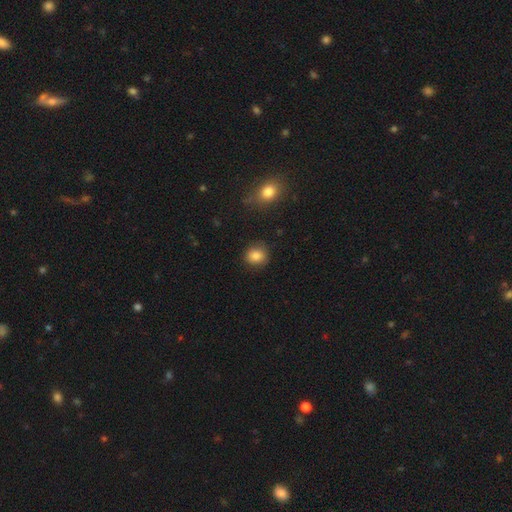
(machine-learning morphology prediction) smooth 85%, star or artifact 10%, featured or disk 5%. Down the decision tree: how rounded — round (78%); merging — none (85%).